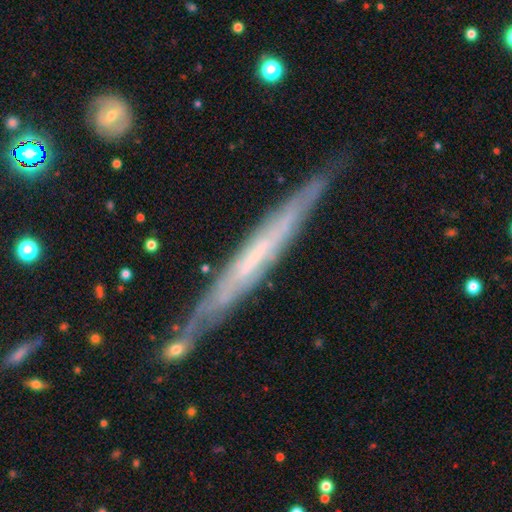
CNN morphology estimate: smooth_or_featured: featured or disk (p=0.69) [alt: smooth p=0.24]
disk_edge_on: yes (p=0.91) [alt: no p=0.09]
edge_on_bulge: none (p=0.83) [alt: rounded p=0.10]
merging: none (p=0.81) [alt: minor disturbance p=0.14]